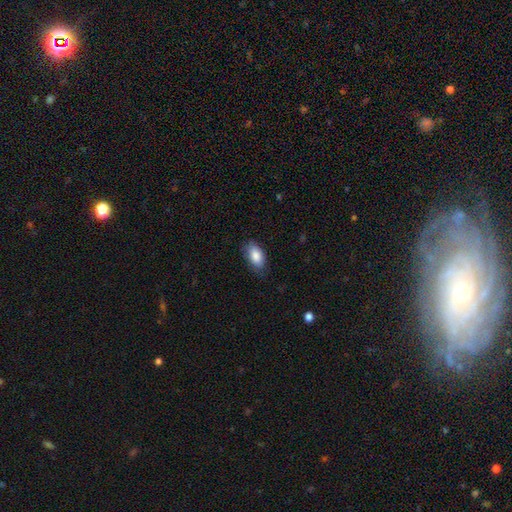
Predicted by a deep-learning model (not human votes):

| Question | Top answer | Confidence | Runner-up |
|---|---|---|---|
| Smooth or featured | smooth | 86% | featured or disk (7%) |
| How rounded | in between | 92% | round (4%) |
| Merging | none | 79% | minor disturbance (16%) |